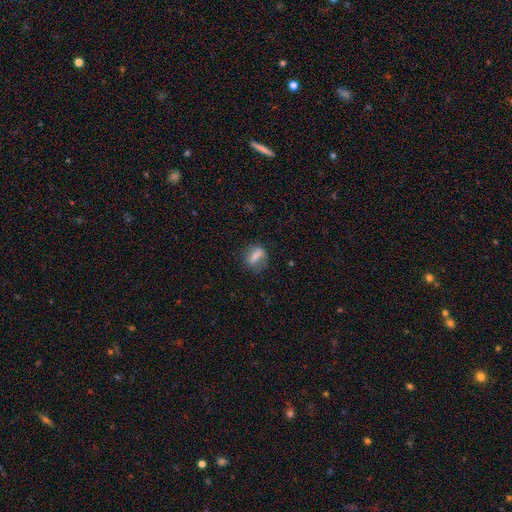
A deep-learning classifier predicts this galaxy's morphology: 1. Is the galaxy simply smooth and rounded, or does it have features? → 70% smooth, 21% featured or disk, 9% star or artifact.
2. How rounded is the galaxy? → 58% in between, 28% round, 14% cigar-shaped.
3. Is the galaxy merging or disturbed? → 69% none, 20% minor disturbance, 9% major disturbance, 2% merger.